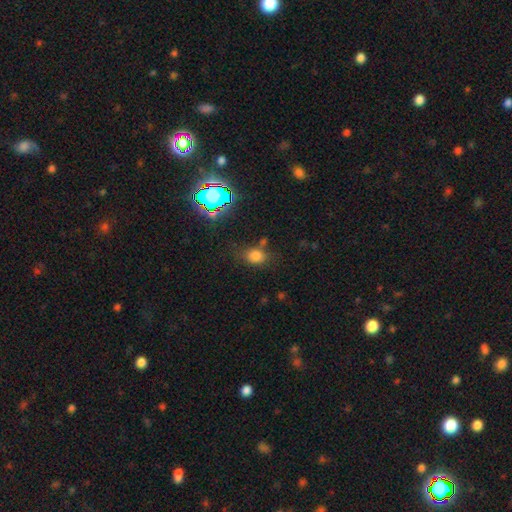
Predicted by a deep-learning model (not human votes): A smooth galaxy with no disk features (73%) that is in between round and cigar-shaped (52%).

Vote fractions:
- Smooth or featured? smooth: 73% / star or artifact: 20% / featured or disk: 8%
- How rounded? in between: 52% / round: 46% / cigar-shaped: 2%
- Merging? none: 66% / minor disturbance: 18% / merger: 10% / major disturbance: 7%